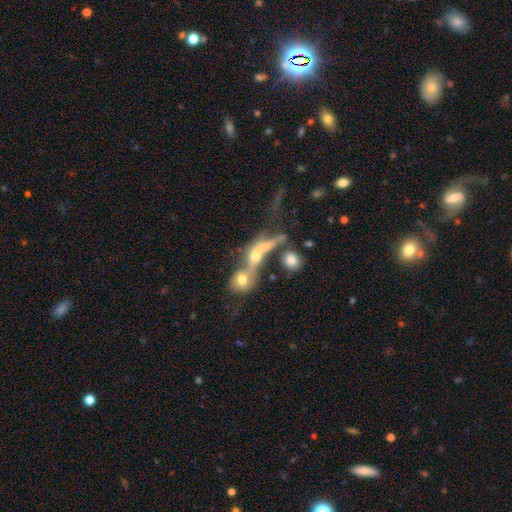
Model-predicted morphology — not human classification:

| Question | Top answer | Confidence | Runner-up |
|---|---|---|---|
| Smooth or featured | smooth | 49% | featured or disk (35%) |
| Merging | merger | 69% | none (15%) |